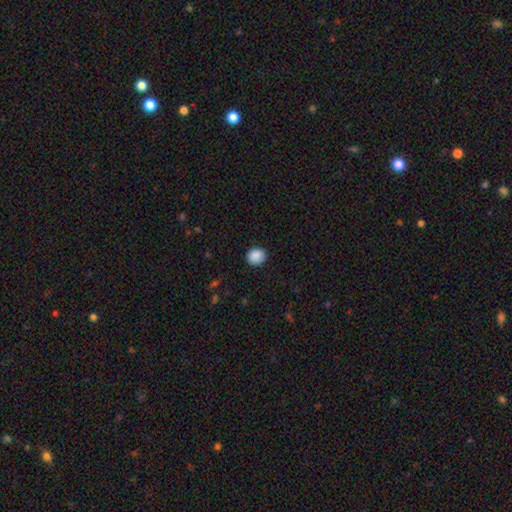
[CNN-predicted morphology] Smooth or featured? Predicted: smooth (p=0.89). How rounded? Predicted: round (p=0.70). Merging? Predicted: none (p=0.88).